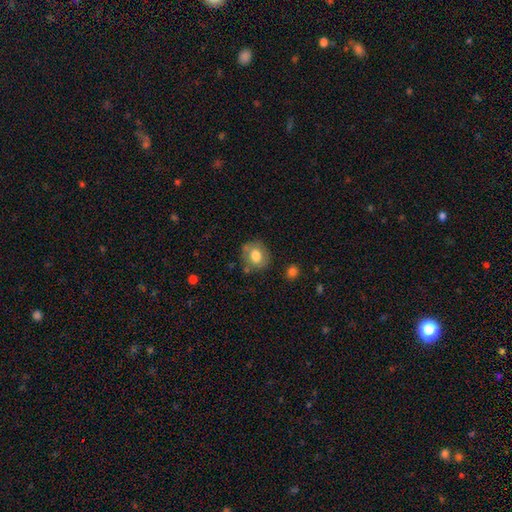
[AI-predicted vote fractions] This is likely a smooth galaxy (72%). How rounded: likely round (73%). Merging: likely none (71%).